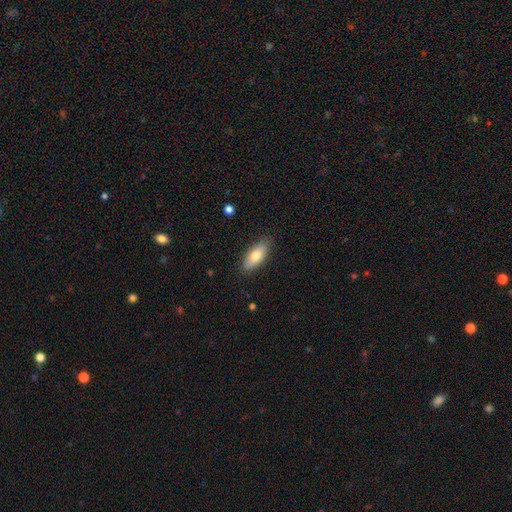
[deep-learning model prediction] The model was most divided on "smooth or featured": smooth: 76%, featured or disk: 18%, star or artifact: 6%. More confident: merging — none (84%); how rounded — in between (80%).